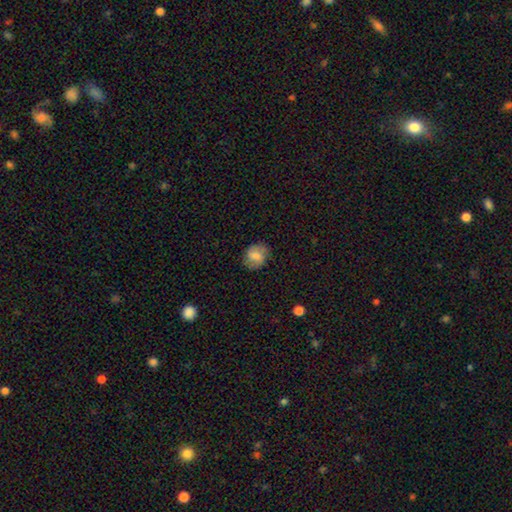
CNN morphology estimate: smooth_or_featured: smooth (p=0.59) [alt: featured or disk p=0.32]
how_rounded: round (p=0.63) [alt: in between p=0.36]
merging: none (p=0.78) [alt: minor disturbance p=0.16]